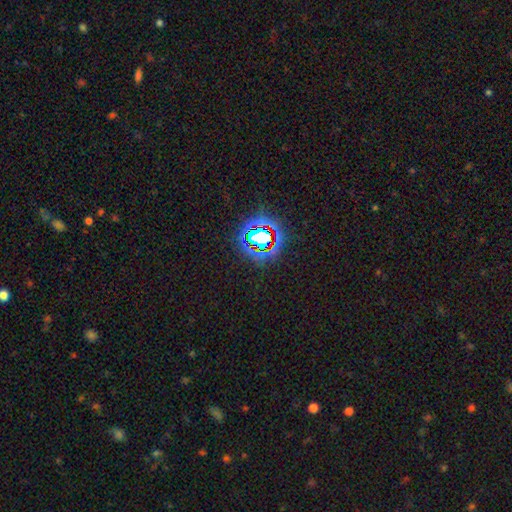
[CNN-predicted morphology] Smooth or featured?
  - star or artifact: 81% *
  - smooth: 12%
  - featured or disk: 7%